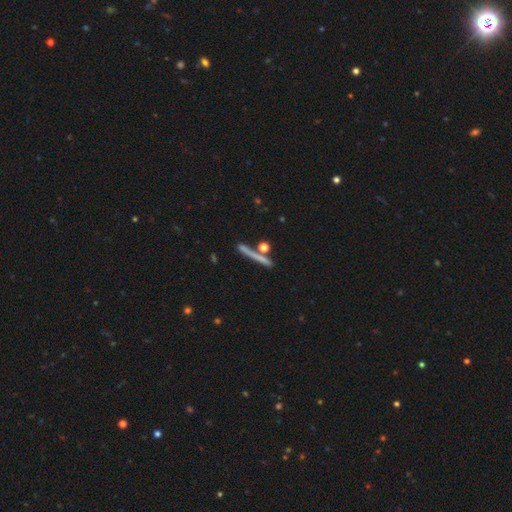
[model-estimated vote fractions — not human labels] Smooth or featured? Predicted: smooth (p=0.50). How rounded? Predicted: cigar-shaped (p=0.87). Merging? Predicted: none (p=0.77).